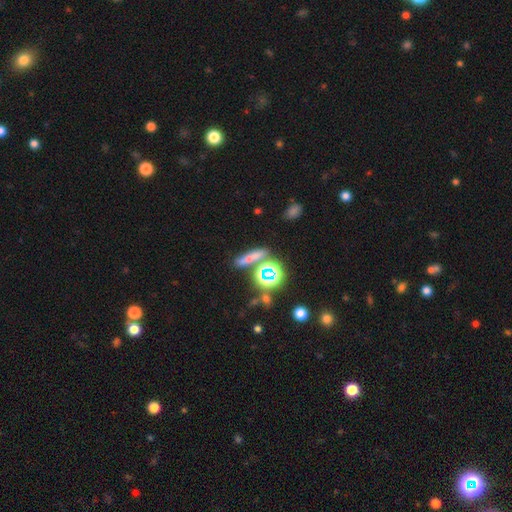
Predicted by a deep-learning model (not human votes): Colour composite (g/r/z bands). It shows a smooth galaxy with no disk features (47%). Merging: none (66%).